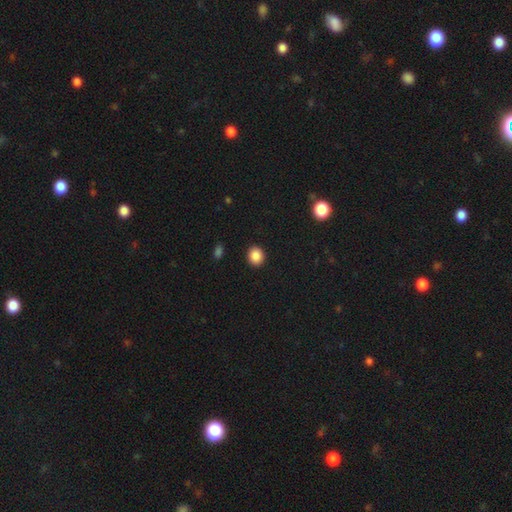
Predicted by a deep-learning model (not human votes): Overall: smooth (88%). How rounded: round (73%). Merging: none (91%).